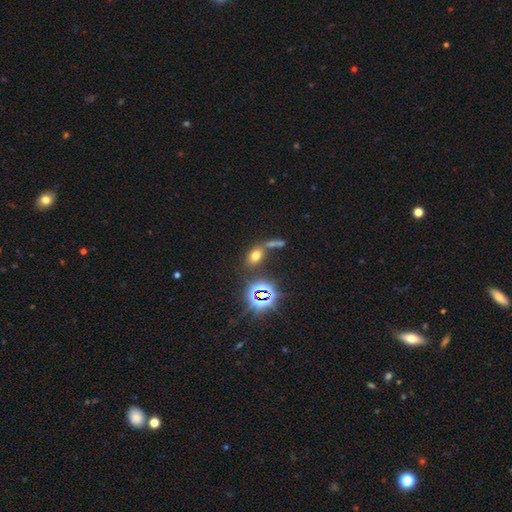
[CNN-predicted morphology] A smooth galaxy with no disk features (58%) that is in between round and cigar-shaped (79%). Merging: none (60%).